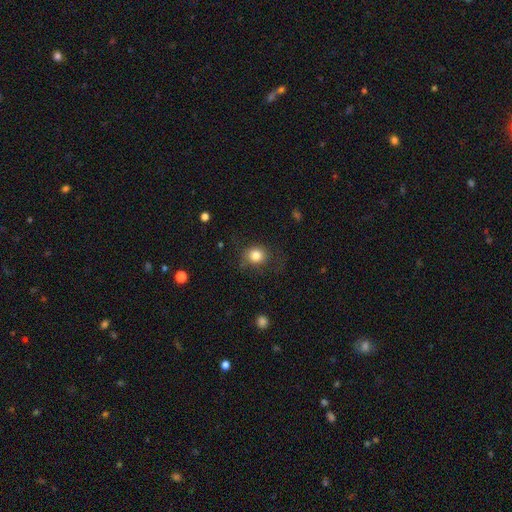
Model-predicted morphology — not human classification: This is clearly a smooth galaxy (82%). How rounded: likely round (77%). Merging: likely none (71%).